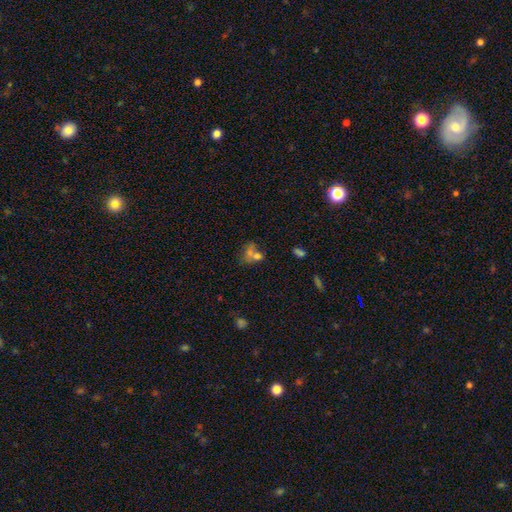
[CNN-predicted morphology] The model was most divided on "how rounded": round: 52%, in between: 46%, cigar-shaped: 3%. Remaining: smooth or featured — smooth (60%); merging — merger (50%).